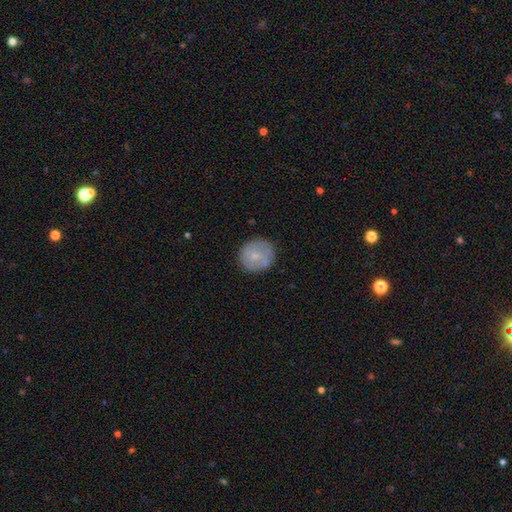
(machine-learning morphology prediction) The model was most divided on "smooth or featured": smooth: 64%, featured or disk: 29%, star or artifact: 7%. More confident: how rounded — round (90%); merging — none (81%).